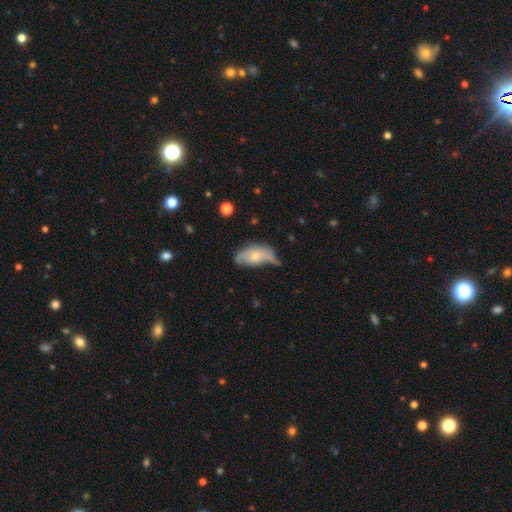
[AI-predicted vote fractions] Morphology: type=smooth (51%); roundness=in between (89%); merging=minor disturbance (40%).